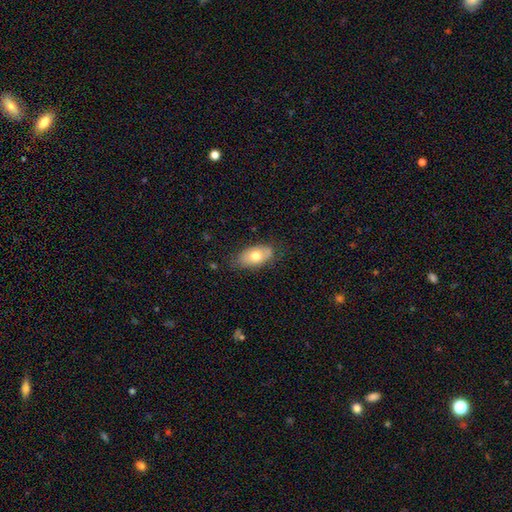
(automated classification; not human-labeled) Smooth or featured?
  - smooth: 69% *
  - featured or disk: 24%
  - star or artifact: 7%
How rounded?
  - in between: 91% *
  - round: 5%
  - cigar-shaped: 3%
Merging?
  - none: 76% *
  - minor disturbance: 19%
  - major disturbance: 4%
  - merger: 1%